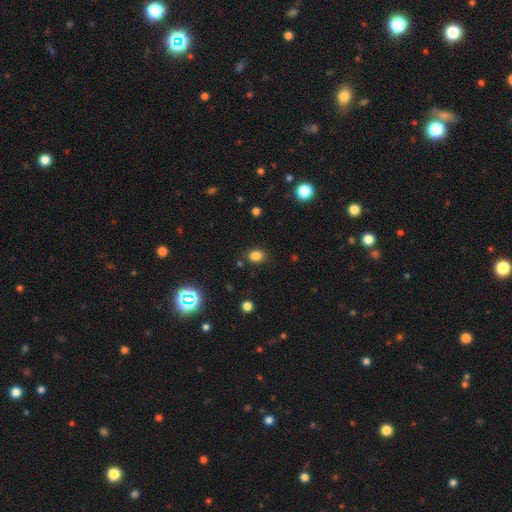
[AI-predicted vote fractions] Morphology: type=smooth (80%); roundness=in between (53%); merging=none (81%).